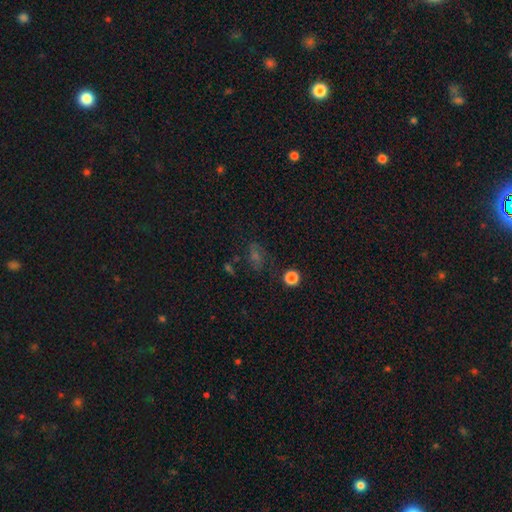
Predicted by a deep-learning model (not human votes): Smooth or featured?
  - smooth: 42% *
  - star or artifact: 41%
  - featured or disk: 18%
Merging?
  - none: 67% *
  - minor disturbance: 17%
  - major disturbance: 10%
  - merger: 5%